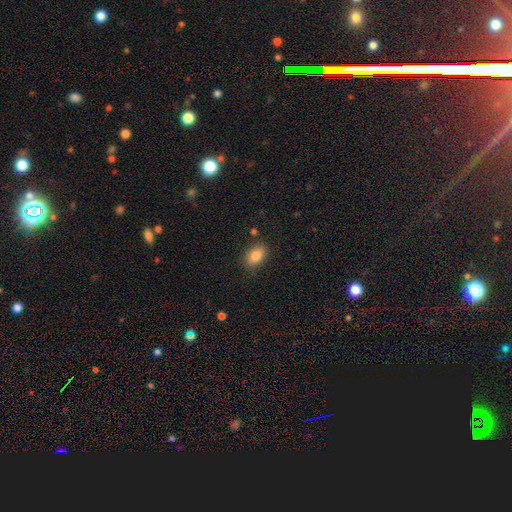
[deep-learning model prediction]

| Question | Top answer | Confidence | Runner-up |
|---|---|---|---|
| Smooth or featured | smooth | 84% | star or artifact (8%) |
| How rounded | in between | 86% | round (12%) |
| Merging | none | 83% | minor disturbance (12%) |